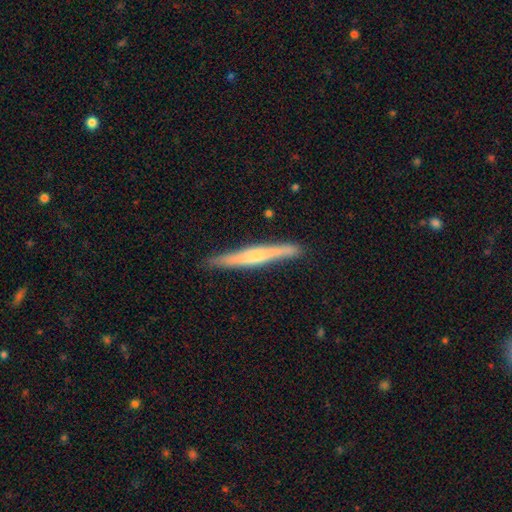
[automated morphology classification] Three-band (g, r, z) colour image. It shows a featured or disk galaxy (54%) viewed edge-on (95%) with a rounded central bulge (48%). Merging: none (85%).